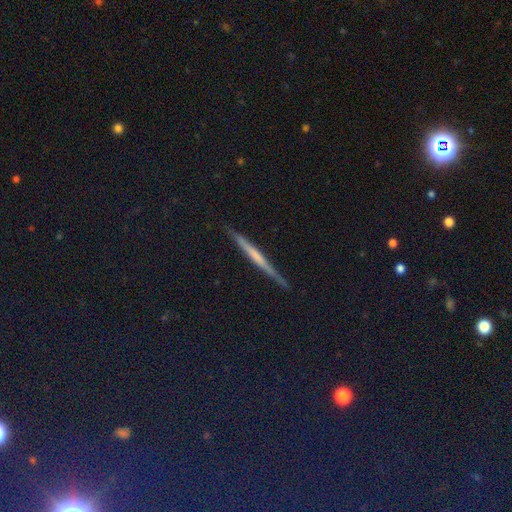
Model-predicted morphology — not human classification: A featured or disk galaxy (59%) viewed edge-on (97%) with no central bulge (68%).

Vote fractions:
- Smooth or featured? featured or disk: 59% / smooth: 34% / star or artifact: 7%
- Edge-on disk? yes: 97% / no: 3%
- Edge-on bulge? none: 68% / rounded: 17% / boxy: 14%
- Merging? none: 89% / minor disturbance: 8% / major disturbance: 2% / merger: 1%